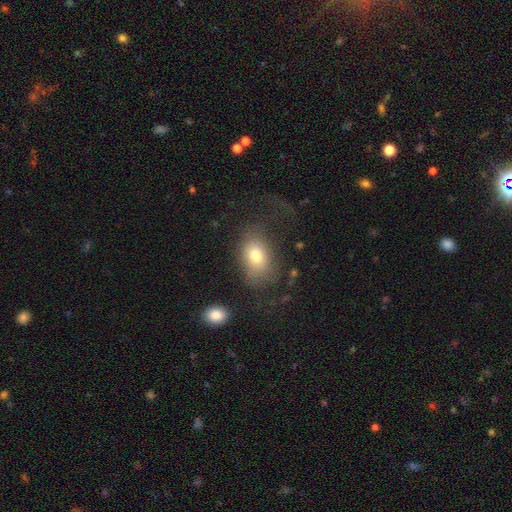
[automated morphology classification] Smooth or featured? Predicted: smooth (p=0.76). How rounded? Predicted: in between (p=0.77). Merging? Predicted: none (p=0.52).